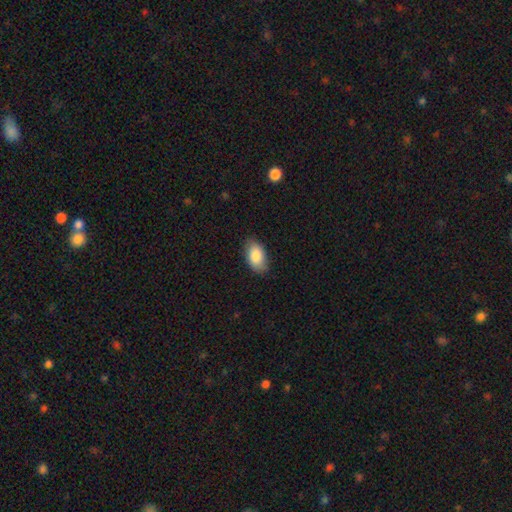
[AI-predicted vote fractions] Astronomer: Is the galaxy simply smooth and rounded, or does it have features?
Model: smooth — 87%.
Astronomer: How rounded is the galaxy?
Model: in between — 94%.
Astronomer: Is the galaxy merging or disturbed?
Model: none — 83%.